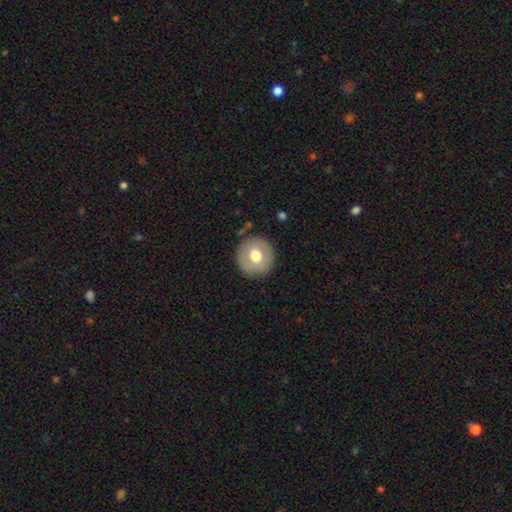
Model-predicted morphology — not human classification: This appears to be a smooth galaxy with no disk features (68%) that is round (93%). Merging: none (87%).